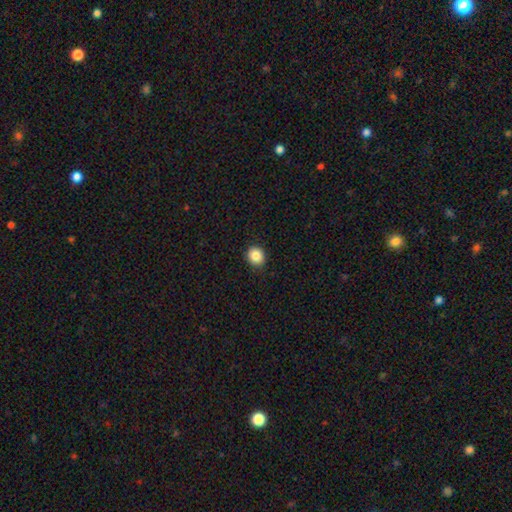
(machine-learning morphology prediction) Smooth or featured: smooth — 85% (star or artifact — 9%)
How rounded: round — 75% (in between — 24%)
Merging: none — 90% (minor disturbance — 7%)